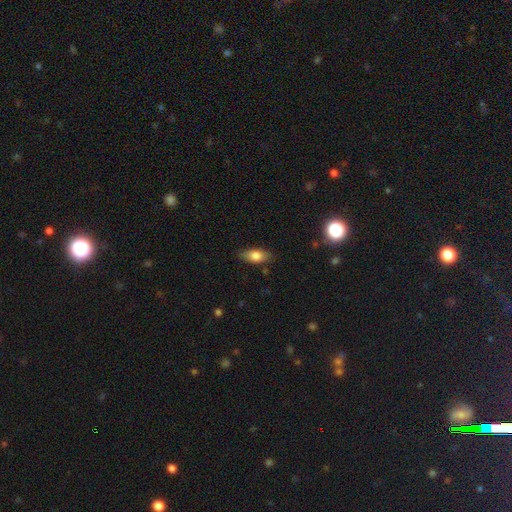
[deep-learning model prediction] This is likely a smooth galaxy (79%). How rounded: clearly in between (85%). Merging: clearly none (82%).